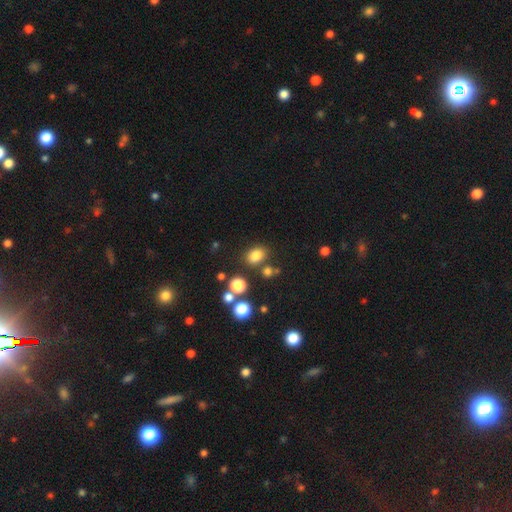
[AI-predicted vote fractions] A smooth galaxy with no disk features (80%) that is in between round and cigar-shaped (67%).

Vote fractions:
- Smooth or featured? smooth: 80% / star or artifact: 14% / featured or disk: 6%
- How rounded? in between: 67% / round: 32% / cigar-shaped: 1%
- Merging? none: 76% / minor disturbance: 12% / merger: 9% / major disturbance: 4%